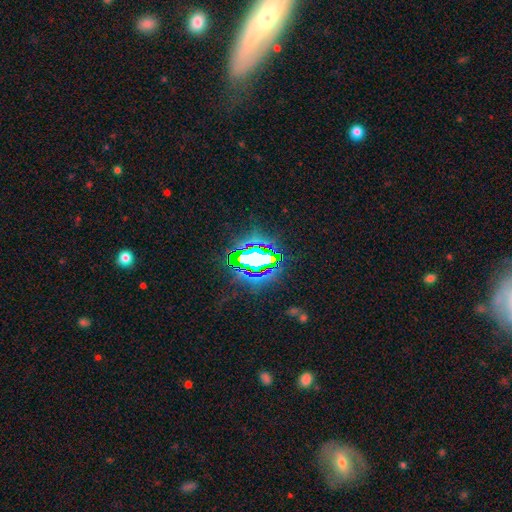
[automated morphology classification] type=star or artifact (71%).